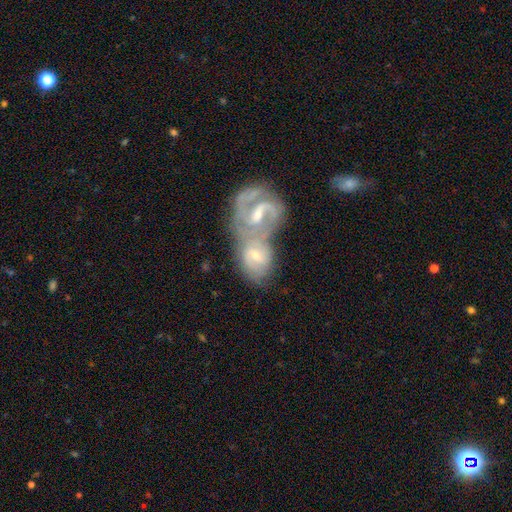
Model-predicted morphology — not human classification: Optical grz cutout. It shows a featured or disk galaxy (71%) with a weak bar (53%), 2 (58%) medium (46%) spiral arms (90%) and a small central bulge (53%). Merging: merger (71%).